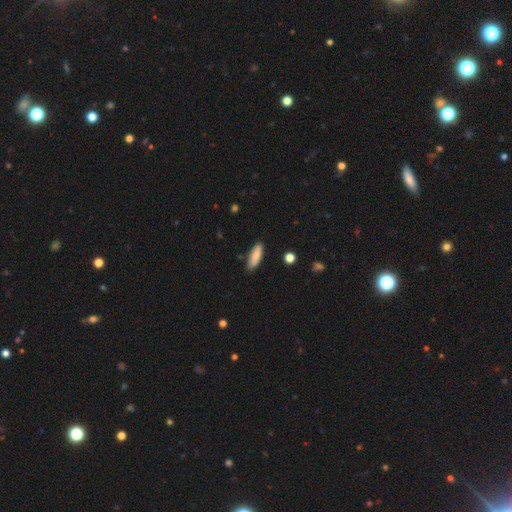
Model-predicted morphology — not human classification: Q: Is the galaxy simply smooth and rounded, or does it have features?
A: smooth — 81%.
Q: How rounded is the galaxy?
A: in between — 63%.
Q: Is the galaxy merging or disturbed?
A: none — 82%.